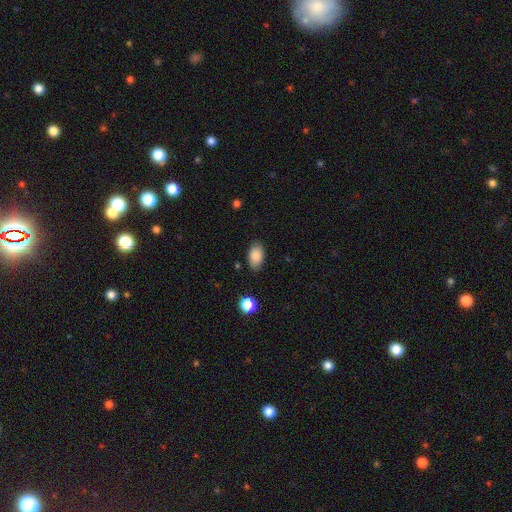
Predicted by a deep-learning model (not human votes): This is clearly a smooth galaxy (87%). How rounded: clearly in between (92%). Merging: clearly none (83%).